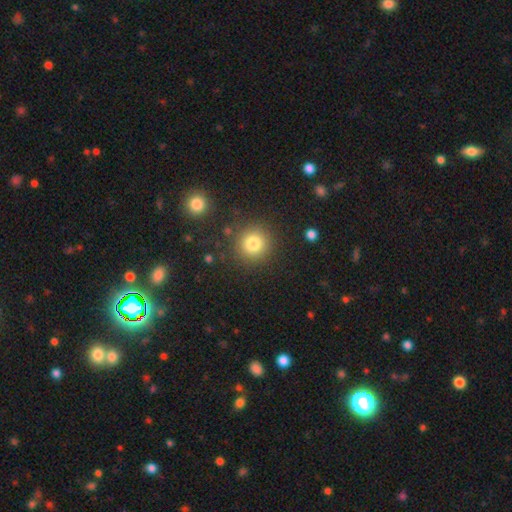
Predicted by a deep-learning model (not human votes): Smooth or featured? Predicted: smooth (p=0.56). How rounded? Predicted: round (p=0.94). Merging? Predicted: none (p=0.89).